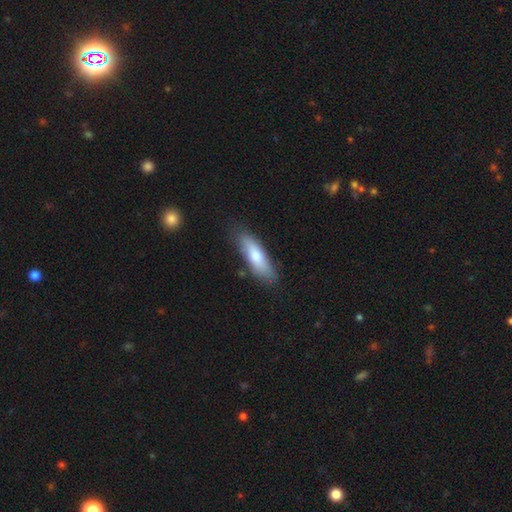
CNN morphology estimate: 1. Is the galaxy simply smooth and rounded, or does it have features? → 70% smooth, 24% featured or disk, 6% star or artifact.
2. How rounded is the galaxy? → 58% cigar-shaped, 40% in between, 2% round.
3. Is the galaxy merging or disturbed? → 79% none, 15% minor disturbance, 3% major disturbance, 2% merger.